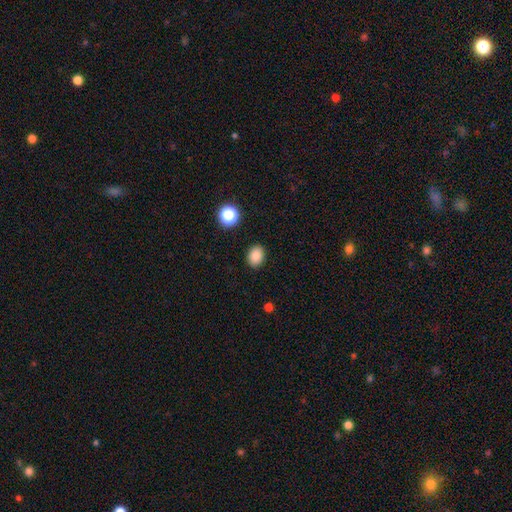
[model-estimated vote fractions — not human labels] A smooth galaxy with no disk features (84%) that is in between round and cigar-shaped (60%).

Vote fractions:
- Smooth or featured? smooth: 84% / star or artifact: 11% / featured or disk: 5%
- How rounded? in between: 60% / round: 39% / cigar-shaped: 1%
- Merging? none: 89% / minor disturbance: 7% / major disturbance: 2% / merger: 1%